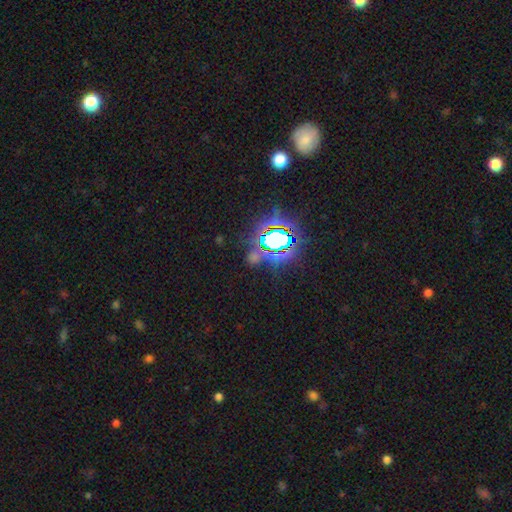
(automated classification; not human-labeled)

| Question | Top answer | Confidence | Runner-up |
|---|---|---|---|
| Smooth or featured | star or artifact | 71% | smooth (19%) |